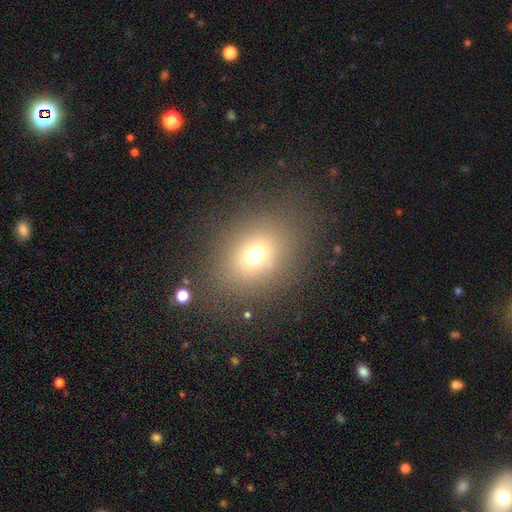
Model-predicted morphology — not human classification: Smooth or featured? smooth (68%)
How rounded? round (50%)
Merging? none (80%)